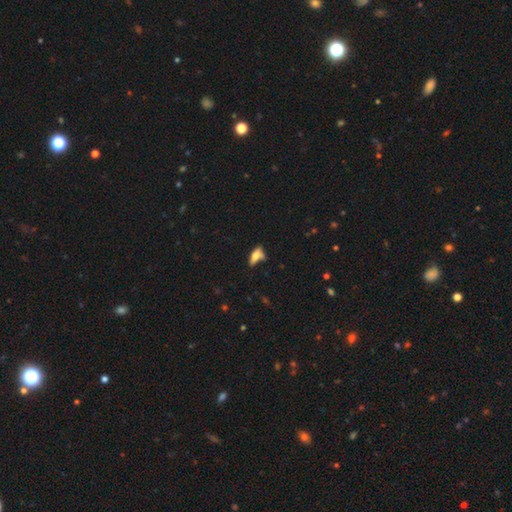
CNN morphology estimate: Q: Smooth or featured?
A: smooth (60%); runner-up: featured or disk (30%)
Q: How rounded?
A: in between (73%); runner-up: cigar-shaped (22%)
Q: Merging?
A: none (40%); runner-up: minor disturbance (25%)